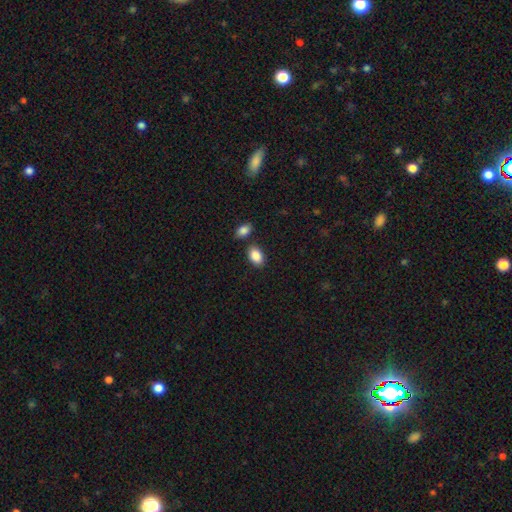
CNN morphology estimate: smooth 88%, star or artifact 7%, featured or disk 5%. Down the decision tree: how rounded — in between (88%); merging — none (78%).